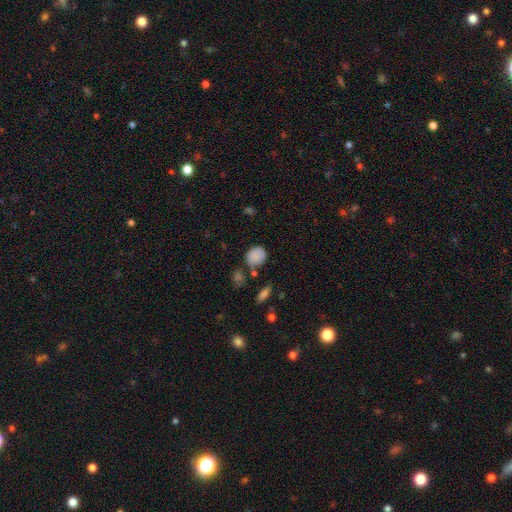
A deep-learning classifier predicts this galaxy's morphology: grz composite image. It shows a smooth galaxy with no disk features (82%) that is round (69%). Merging: none (61%).